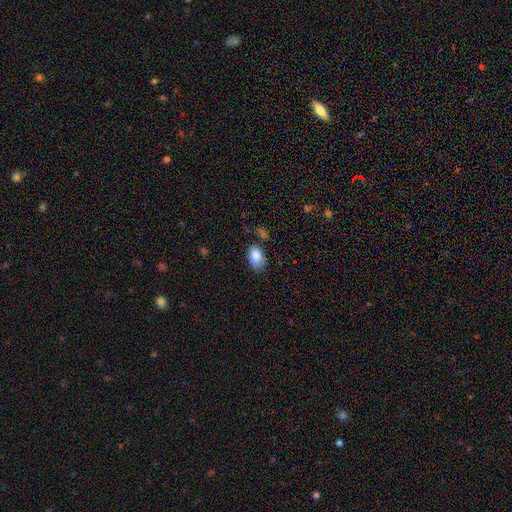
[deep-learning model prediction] This is clearly a smooth galaxy (85%). How rounded: clearly in between (91%). Merging: likely none (67%).